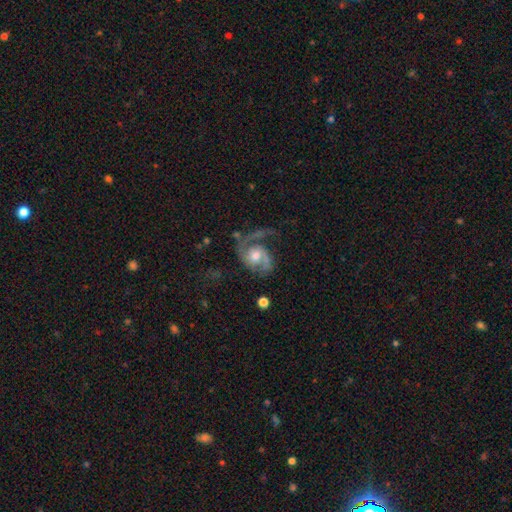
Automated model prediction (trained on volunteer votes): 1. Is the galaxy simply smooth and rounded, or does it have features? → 86% featured or disk, 9% smooth, 5% star or artifact.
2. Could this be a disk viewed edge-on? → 98% no, 2% yes.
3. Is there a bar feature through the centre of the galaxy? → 67% no, 28% weak, 5% strong.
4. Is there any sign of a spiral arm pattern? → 96% yes, 4% no.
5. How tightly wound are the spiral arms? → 47% medium, 30% loose, 23% tight.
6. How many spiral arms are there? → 62% 2, 27% 1, 5% can't tell, 3% 3, 2% 4, 2% more than 4.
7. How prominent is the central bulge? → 64% moderate, 17% small, 15% large, 2% none, 2% dominant.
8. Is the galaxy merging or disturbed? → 44% none, 33% major disturbance, 19% minor disturbance, 4% merger.